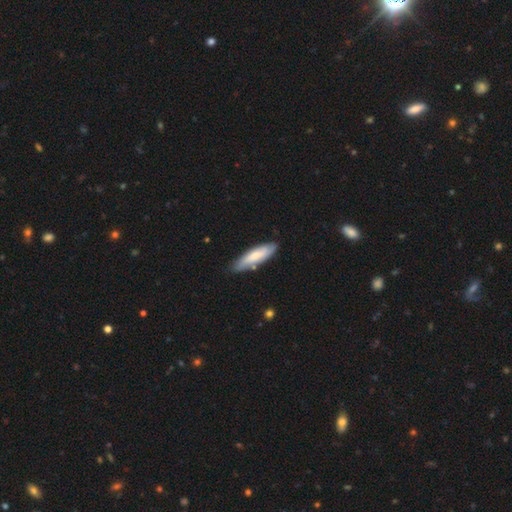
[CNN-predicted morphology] The model was most divided on "how rounded": cigar-shaped: 59%, in between: 40%, round: 1%. More confident: merging — none (77%); smooth or featured — smooth (65%).